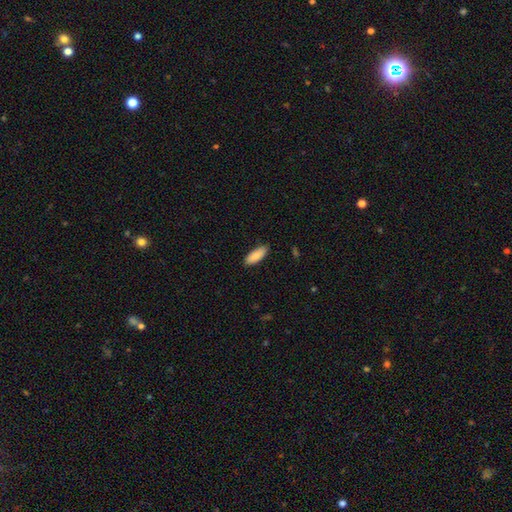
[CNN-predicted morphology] Smooth or featured: smooth — 86% (featured or disk — 8%)
How rounded: in between — 72% (cigar-shaped — 27%)
Merging: none — 87% (minor disturbance — 10%)